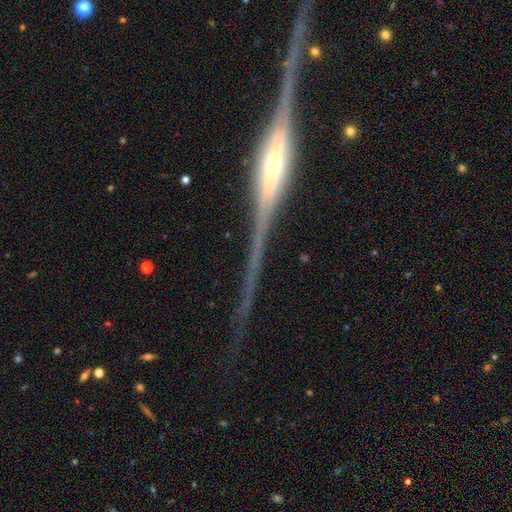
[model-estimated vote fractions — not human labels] Overall: featured or disk (85%). Edge-on disk: yes (95%). Edge-on bulge: rounded (63%; boxy 28%). Merging: none (72%).